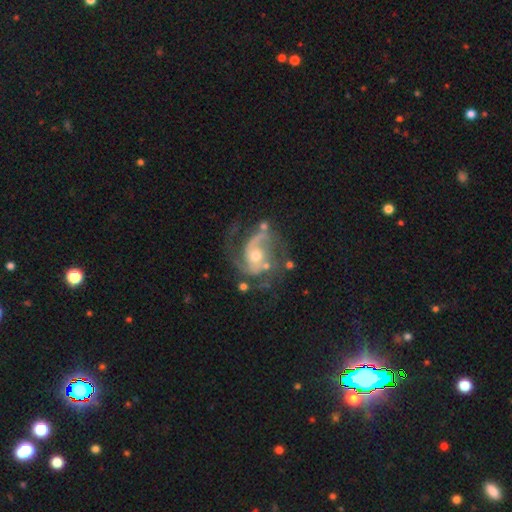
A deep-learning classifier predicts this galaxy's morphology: Smooth or featured? featured or disk (89%)
Edge-on disk? no (98%)
Bar? no (62%)
Spiral arms? yes (96%)
Spiral winding? medium (52%)
Spiral arm count? 2 (59%)
Bulge size? moderate (57%)
Merging? none (53%)